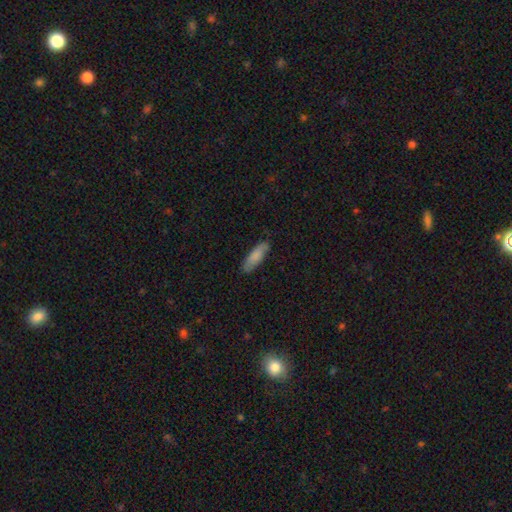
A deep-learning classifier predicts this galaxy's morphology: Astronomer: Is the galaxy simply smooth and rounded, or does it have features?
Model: smooth — 84%.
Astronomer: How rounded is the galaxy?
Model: cigar-shaped — 53% (runner-up: in between, 46%).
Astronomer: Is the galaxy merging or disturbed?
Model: none — 82%.